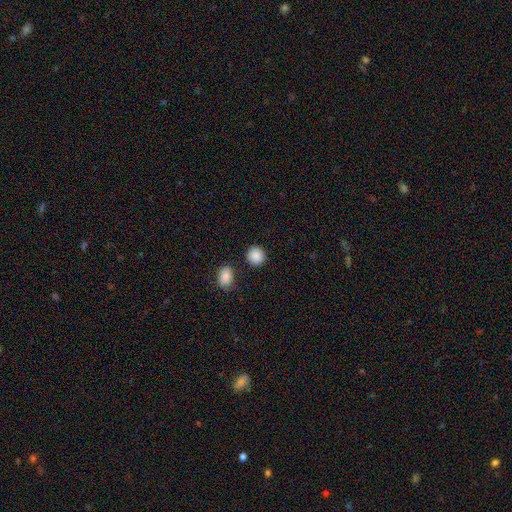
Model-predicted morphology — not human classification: Smooth or featured?
  - smooth: 89% *
  - star or artifact: 8%
  - featured or disk: 3%
How rounded?
  - round: 86% *
  - in between: 13%
  - cigar-shaped: 1%
Merging?
  - none: 85% *
  - minor disturbance: 8%
  - merger: 4%
  - major disturbance: 3%